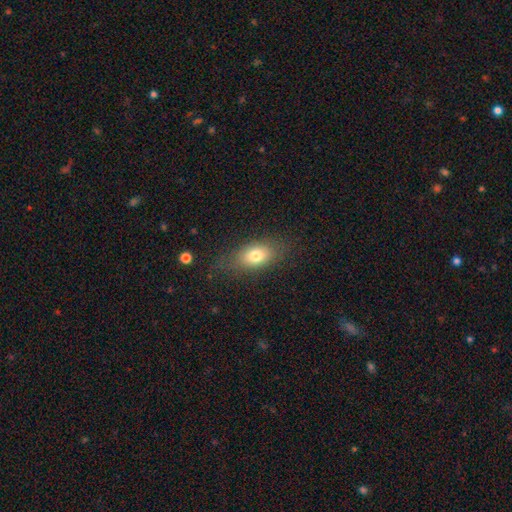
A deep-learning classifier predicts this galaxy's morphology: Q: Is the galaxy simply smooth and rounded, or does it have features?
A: smooth — 76%.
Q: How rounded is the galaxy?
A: in between — 80%.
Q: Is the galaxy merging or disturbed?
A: none — 75%.